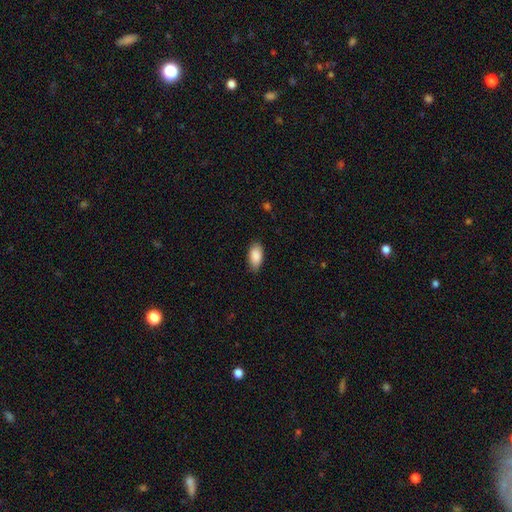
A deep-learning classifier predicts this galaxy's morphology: smooth-or-featured: smooth: 89% | star or artifact: 6% | featured or disk: 4%
  how-rounded: in between: 93% | cigar-shaped: 5% | round: 3%
  merging: none: 80% | minor disturbance: 16% | major disturbance: 3% | merger: 1%